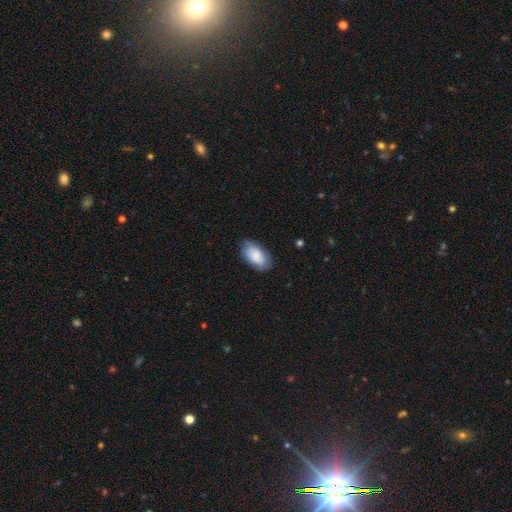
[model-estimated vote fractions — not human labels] smooth 84%, featured or disk 10%, star or artifact 6%. Down the decision tree: how rounded — in between (94%); merging — none (75%).